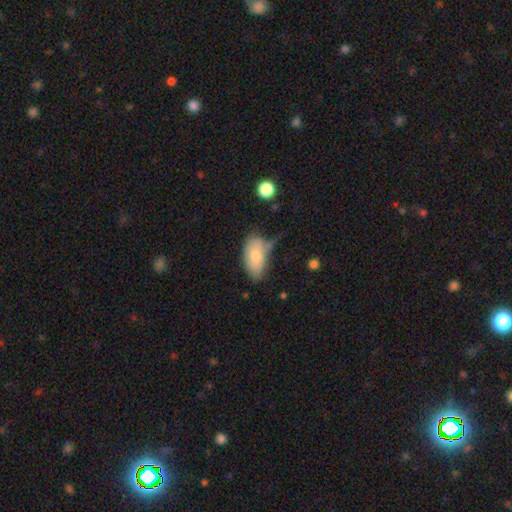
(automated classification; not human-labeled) Morphology: type=smooth (74%); roundness=in between (93%); merging=none (48%).